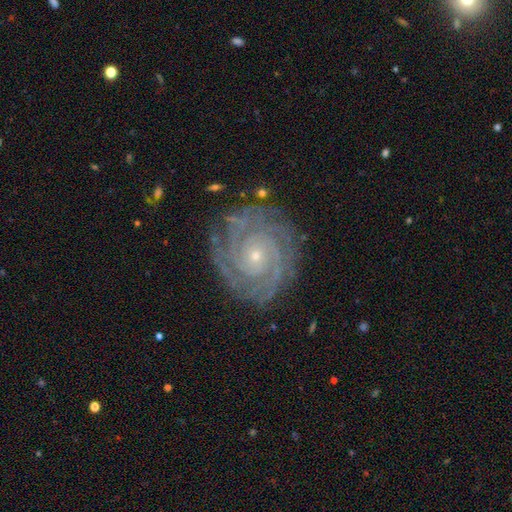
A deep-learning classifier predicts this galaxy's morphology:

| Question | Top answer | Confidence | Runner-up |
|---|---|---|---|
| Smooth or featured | featured or disk | 89% | star or artifact (7%) |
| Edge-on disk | no | 98% | yes (2%) |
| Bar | no | 80% | weak (14%) |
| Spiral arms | yes | 98% | no (2%) |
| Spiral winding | tight | 85% | medium (13%) |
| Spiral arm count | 2 | 27% | 3 (22%) |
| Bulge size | small | 82% | moderate (15%) |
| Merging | none | 82% | minor disturbance (13%) |